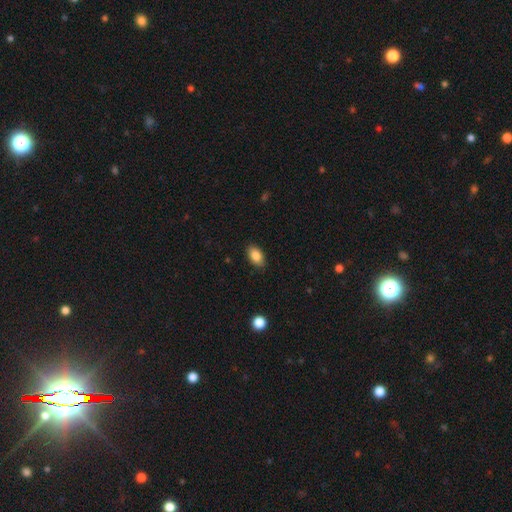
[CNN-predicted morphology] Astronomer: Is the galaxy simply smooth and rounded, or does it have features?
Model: smooth — 86%.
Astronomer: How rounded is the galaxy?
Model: in between — 92%.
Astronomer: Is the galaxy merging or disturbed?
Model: none — 87%.